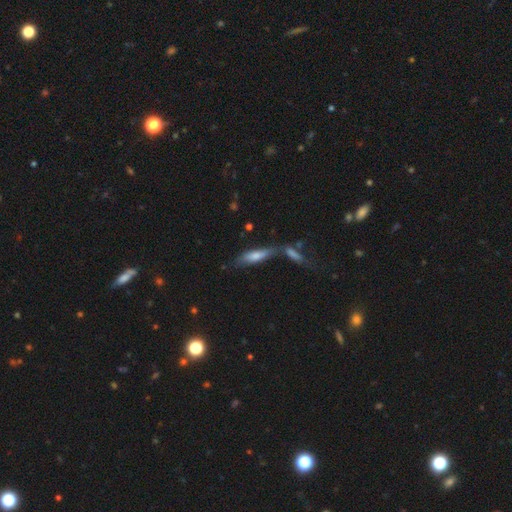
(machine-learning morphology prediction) type=smooth (61%); roundness=cigar-shaped (65%); merging=none (41%).